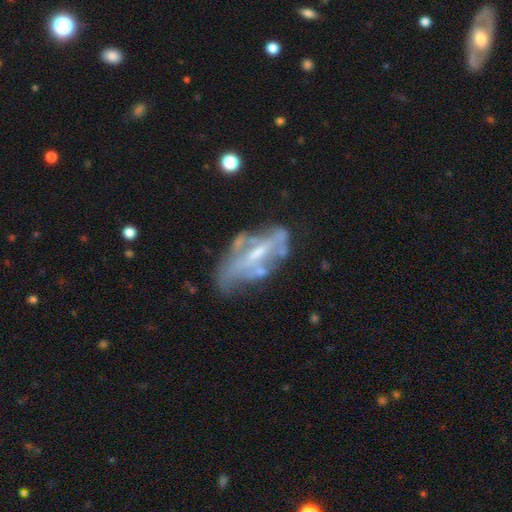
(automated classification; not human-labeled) Smooth or featured? featured or disk (70%)
Edge-on disk? no (88%)
Bar? no (41%)
Spiral arms? no (61%)
Bulge size? small (43%)
Merging? none (39%)